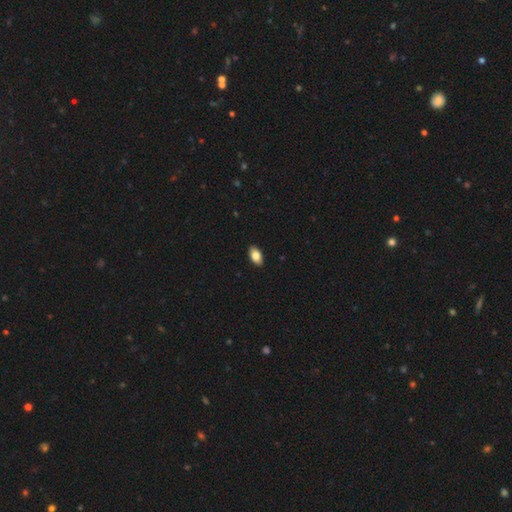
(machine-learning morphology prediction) A smooth galaxy with no disk features (83%) that is in between round and cigar-shaped (93%). Merging: none (90%).